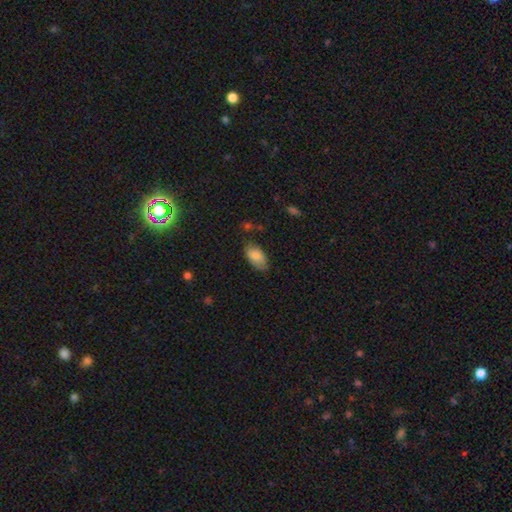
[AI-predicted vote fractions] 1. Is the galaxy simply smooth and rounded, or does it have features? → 84% smooth, 9% featured or disk, 7% star or artifact.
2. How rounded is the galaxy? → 95% in between, 3% round, 2% cigar-shaped.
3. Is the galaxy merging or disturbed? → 68% none, 24% minor disturbance, 6% major disturbance, 3% merger.